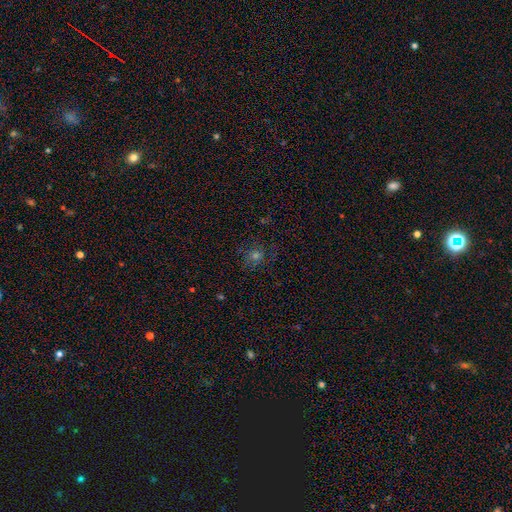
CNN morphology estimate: Smooth or featured?
  - smooth: 47% *
  - star or artifact: 32%
  - featured or disk: 21%
Merging?
  - none: 76% *
  - minor disturbance: 14%
  - major disturbance: 8%
  - merger: 2%